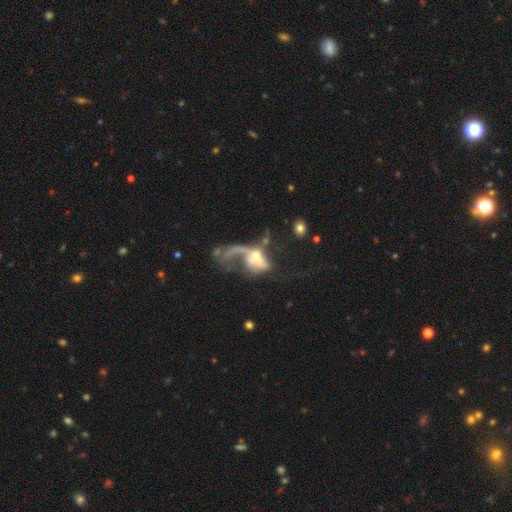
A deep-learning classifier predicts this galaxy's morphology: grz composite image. It shows a featured or disk galaxy (62%) with no bar (69%), spiral arms (55%) and a moderate central bulge (48%). Merging: major disturbance (56%).